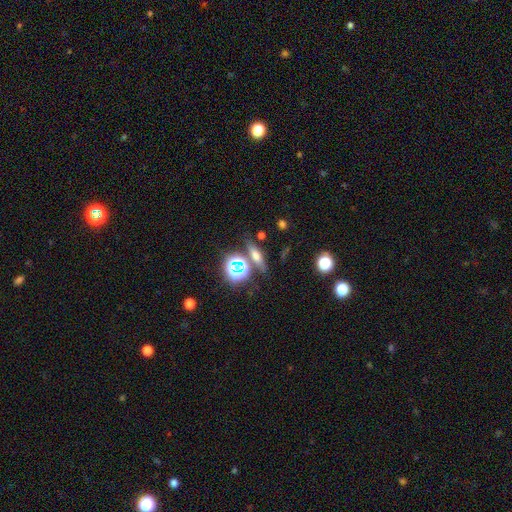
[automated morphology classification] The model was most divided on "smooth or featured": smooth: 41%, featured or disk: 35%, star or artifact: 25%. More confident: merging — none (77%).